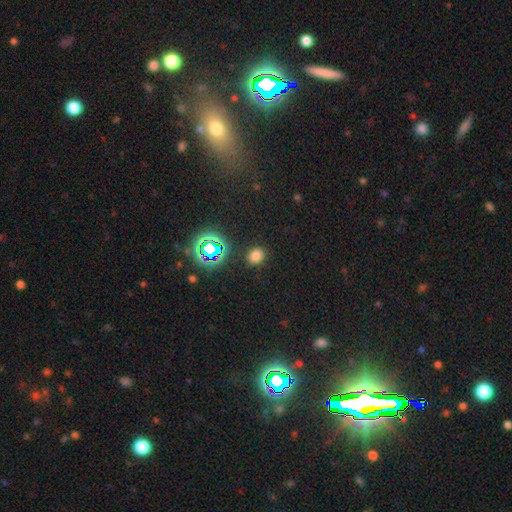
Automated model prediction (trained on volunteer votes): This is likely a smooth galaxy (71%). How rounded: possibly round (59%). Merging: clearly none (88%).